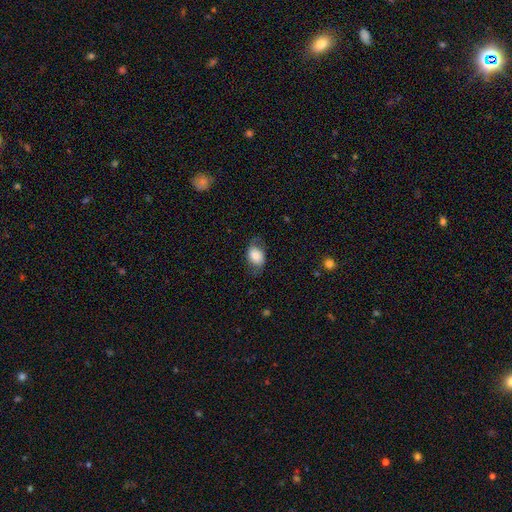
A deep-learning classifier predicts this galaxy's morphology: A smooth galaxy with no disk features (76%) that is in between round and cigar-shaped (80%). Merging: none (64%).